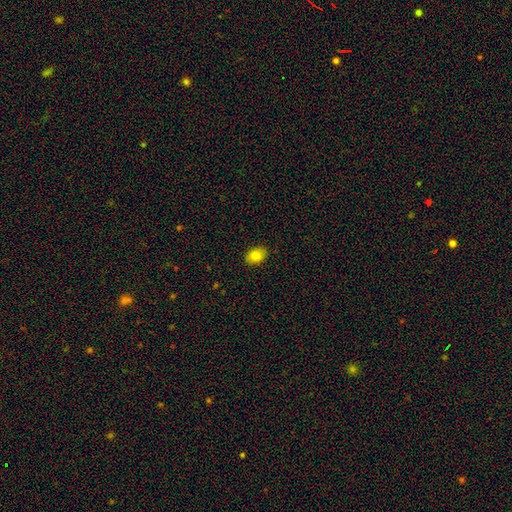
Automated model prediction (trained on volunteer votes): This appears to be a smooth galaxy with no disk features (84%) that is in between round and cigar-shaped (75%). Merging: none (88%).